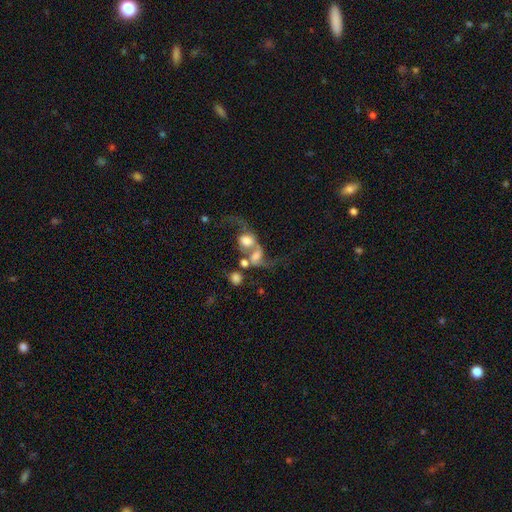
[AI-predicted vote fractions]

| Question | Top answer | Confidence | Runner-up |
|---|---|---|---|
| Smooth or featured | featured or disk | 65% | smooth (21%) |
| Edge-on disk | no | 94% | yes (6%) |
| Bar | no | 66% | weak (25%) |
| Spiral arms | yes | 77% | no (23%) |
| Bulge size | moderate | 41% | large (24%) |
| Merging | merger | 57% | none (20%) |